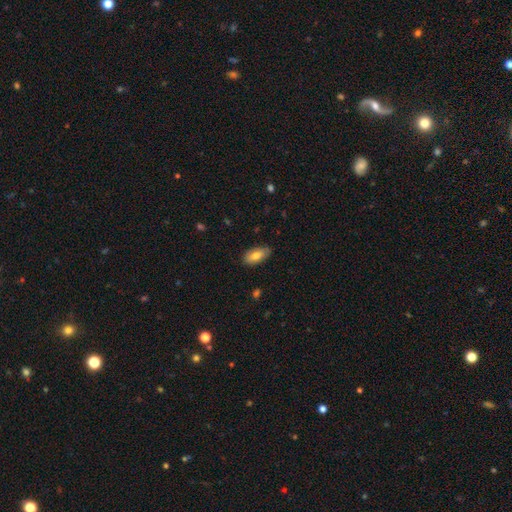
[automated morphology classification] A smooth galaxy with no disk features (76%) that is in between round and cigar-shaped (91%).

Vote fractions:
- Smooth or featured? smooth: 76% / featured or disk: 18% / star or artifact: 7%
- How rounded? in between: 91% / cigar-shaped: 6% / round: 3%
- Merging? none: 81% / minor disturbance: 15% / major disturbance: 2% / merger: 1%